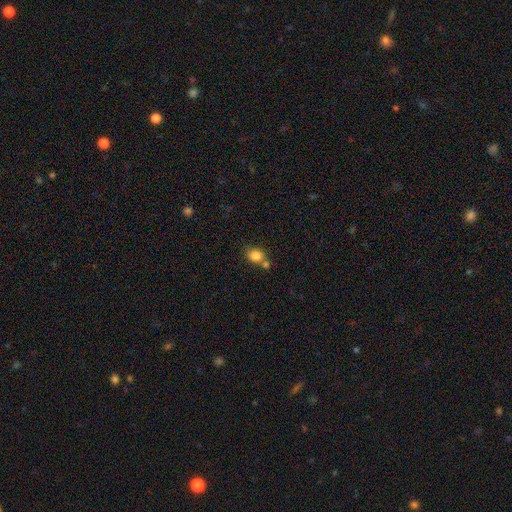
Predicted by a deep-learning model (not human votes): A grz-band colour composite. It shows a smooth galaxy with no disk features (84%) that is round (52%). Merging: none (57%).